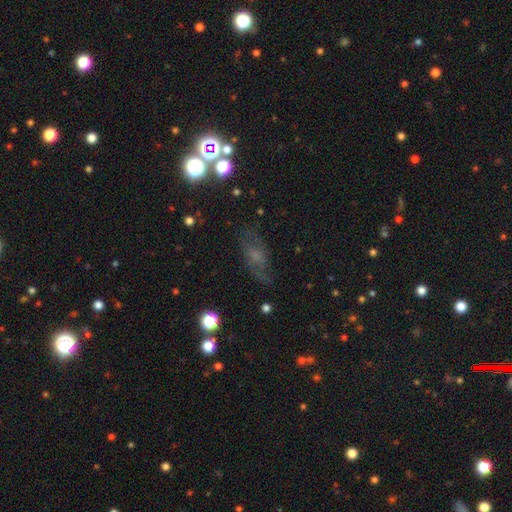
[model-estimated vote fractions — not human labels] Morphology: type=smooth (40%); merging=none (61%).